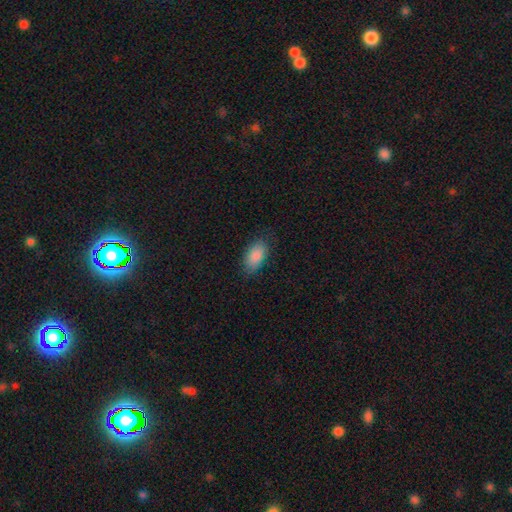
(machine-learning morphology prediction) The model was most divided on "merging": none: 82%, minor disturbance: 14%, major disturbance: 3%, merger: 1%. More confident: how rounded — in between (93%); smooth or featured — smooth (88%).